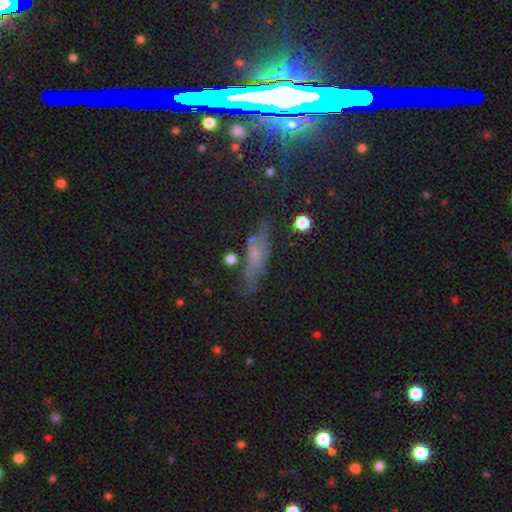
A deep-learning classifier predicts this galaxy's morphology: This appears to be a smooth galaxy with no disk features (43%). Merging: none (66%).